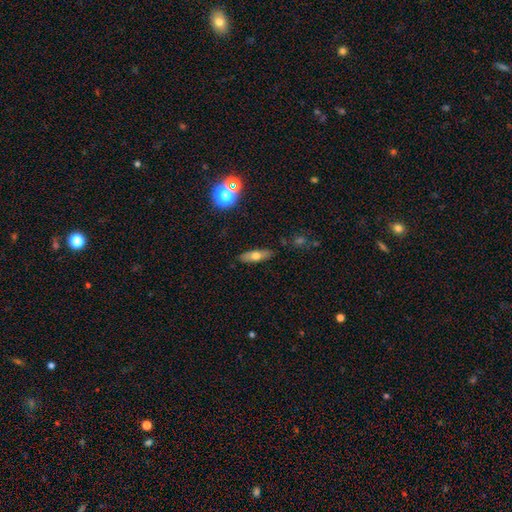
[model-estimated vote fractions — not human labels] Q: Smooth or featured?
A: smooth (60%); runner-up: featured or disk (31%)
Q: How rounded?
A: in between (50%); runner-up: cigar-shaped (46%)
Q: Merging?
A: none (86%); runner-up: minor disturbance (10%)